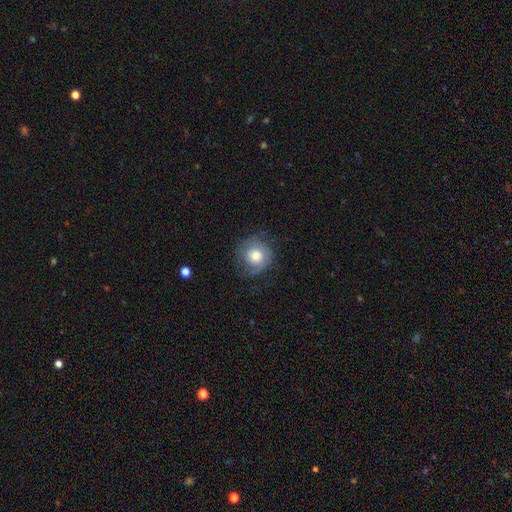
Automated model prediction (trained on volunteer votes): smooth 62%, featured or disk 30%, star or artifact 8%. Down the decision tree: how rounded — round (89%); merging — none (67%).